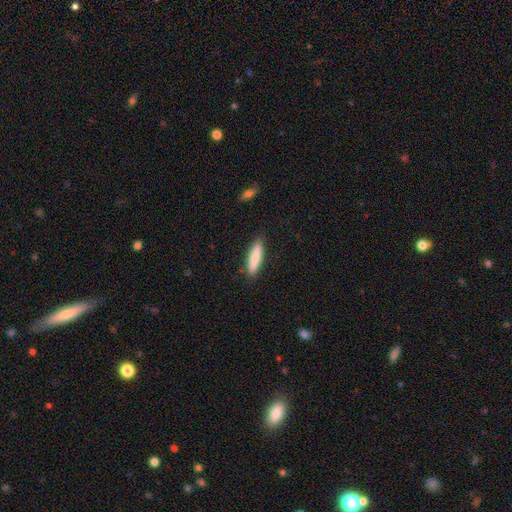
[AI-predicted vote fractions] A smooth galaxy with no disk features (84%) that is cigar-shaped (77%).

Vote fractions:
- Smooth or featured? smooth: 84% / featured or disk: 11% / star or artifact: 6%
- How rounded? cigar-shaped: 77% / in between: 22% / round: 1%
- Merging? none: 88% / minor disturbance: 8% / major disturbance: 2% / merger: 1%